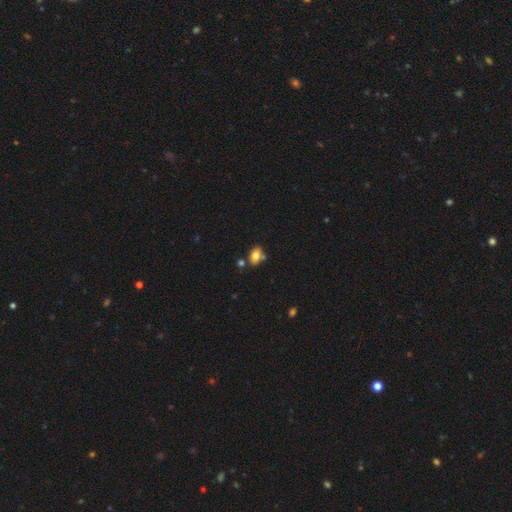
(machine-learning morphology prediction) This appears to be a smooth galaxy with no disk features (80%) that is in between round and cigar-shaped (82%). Merging: none (65%).